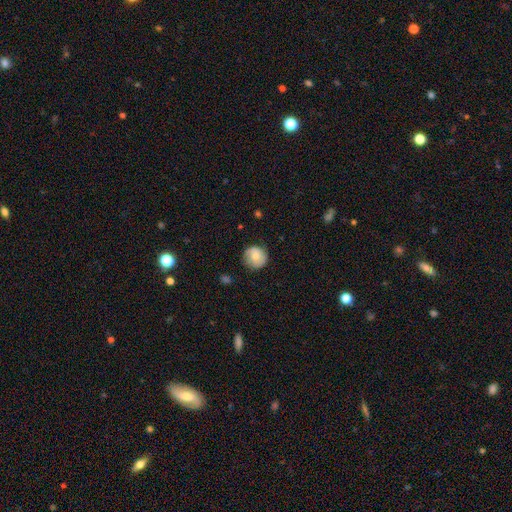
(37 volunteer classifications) Q: Smooth or featured?
A: smooth (73%); runner-up: featured or disk (22%)
Q: How rounded?
A: round (96%); runner-up: in between (4%)
Q: Merging?
A: none (69%); runner-up: minor disturbance (31%)